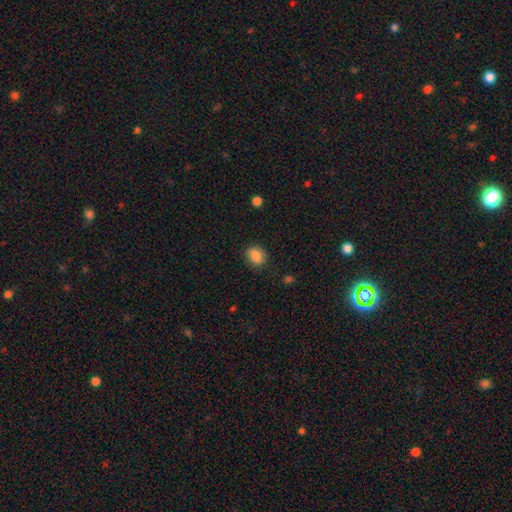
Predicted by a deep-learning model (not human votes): smooth_or_featured: smooth (p=0.86) [alt: star or artifact p=0.09]
how_rounded: in between (p=0.53) [alt: round p=0.46]
merging: none (p=0.82) [alt: minor disturbance p=0.13]